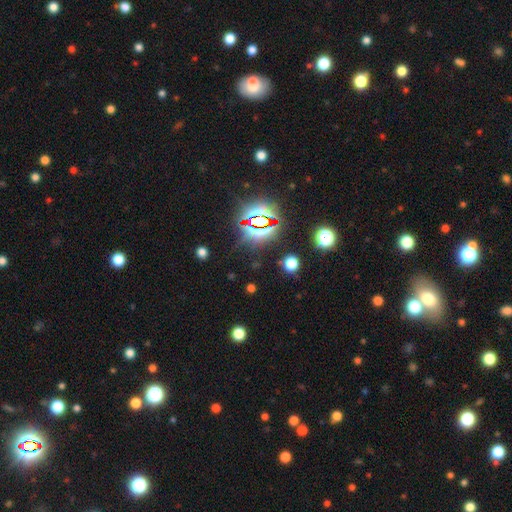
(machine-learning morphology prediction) smooth_or_featured: star or artifact (p=0.79) [alt: smooth p=0.13]